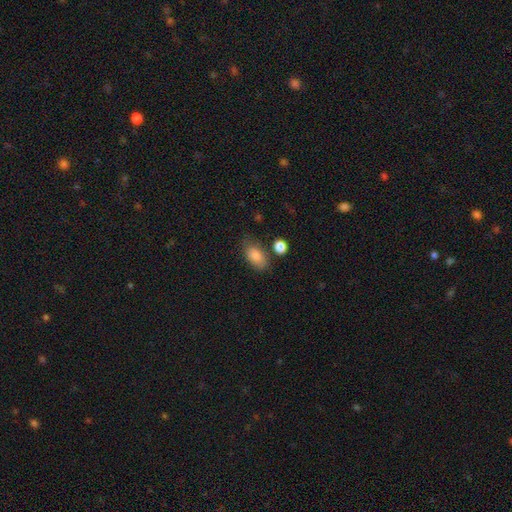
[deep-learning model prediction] Smooth or featured? smooth (85%)
How rounded? in between (91%)
Merging? none (68%)